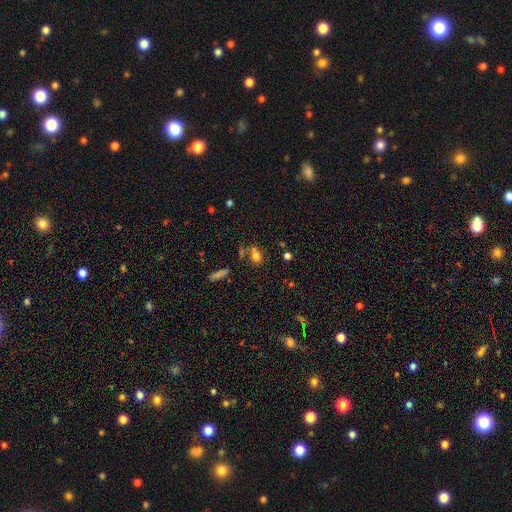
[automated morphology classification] Smooth or featured?
  - smooth: 72% *
  - star or artifact: 16%
  - featured or disk: 11%
How rounded?
  - round: 52% *
  - in between: 43%
  - cigar-shaped: 4%
Merging?
  - none: 55% *
  - merger: 25%
  - minor disturbance: 13%
  - major disturbance: 7%